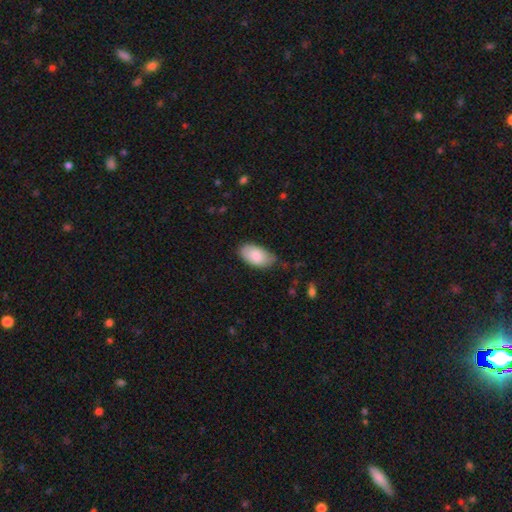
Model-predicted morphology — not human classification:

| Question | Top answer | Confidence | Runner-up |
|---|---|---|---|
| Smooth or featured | smooth | 86% | featured or disk (8%) |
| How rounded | in between | 95% | round (3%) |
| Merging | none | 72% | minor disturbance (23%) |